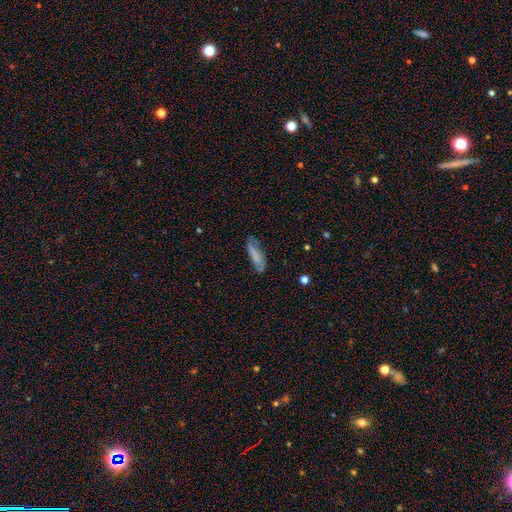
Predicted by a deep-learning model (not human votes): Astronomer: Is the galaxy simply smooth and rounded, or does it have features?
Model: smooth — 62%.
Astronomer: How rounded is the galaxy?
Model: cigar-shaped — 50% (runner-up: in between, 48%).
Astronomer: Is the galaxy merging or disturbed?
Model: none — 55%.